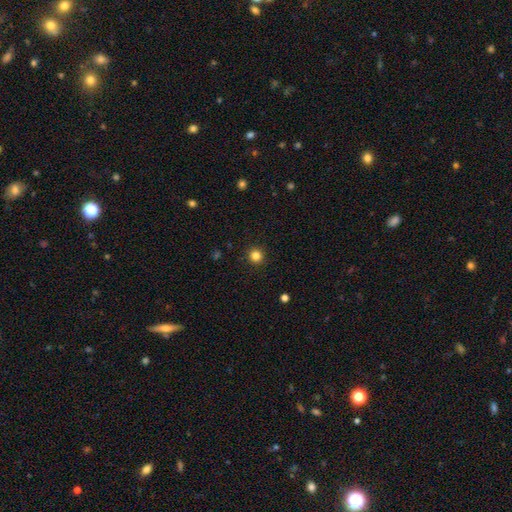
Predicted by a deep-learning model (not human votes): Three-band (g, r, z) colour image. It shows a smooth galaxy with no disk features (83%) that is round (95%). Merging: none (92%).